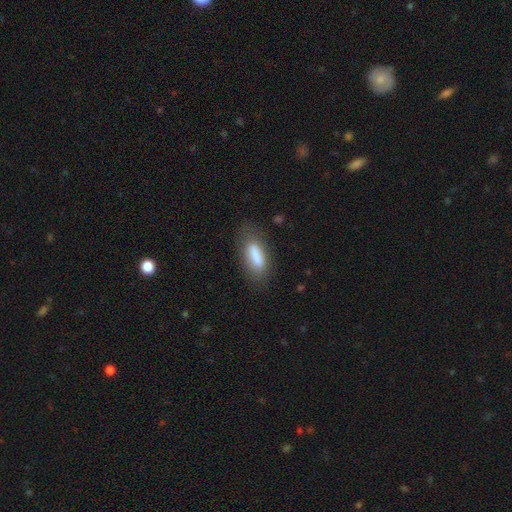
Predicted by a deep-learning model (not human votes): Overall: smooth (80%). How rounded: in between (60%; cigar-shaped 38%). Merging: none (74%).